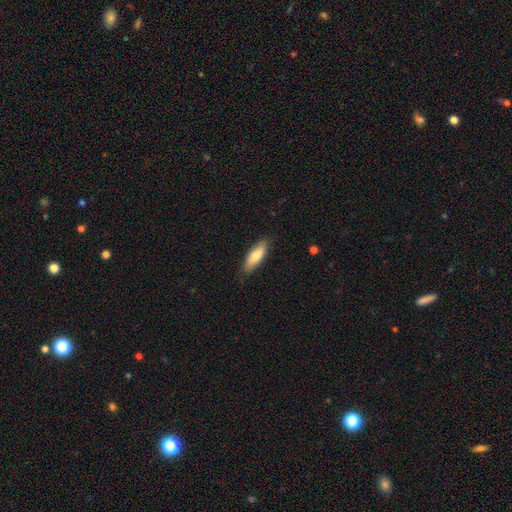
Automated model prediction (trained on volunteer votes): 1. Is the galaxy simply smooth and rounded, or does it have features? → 75% smooth, 19% featured or disk, 6% star or artifact.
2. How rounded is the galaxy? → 54% in between, 44% cigar-shaped, 2% round.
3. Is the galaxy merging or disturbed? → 83% none, 14% minor disturbance, 2% major disturbance, 1% merger.